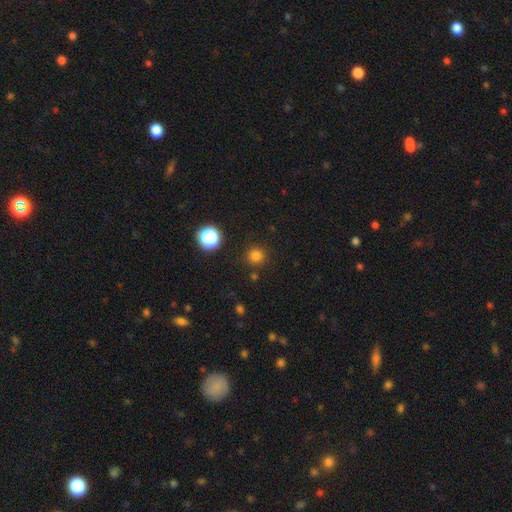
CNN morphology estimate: Smooth or featured? smooth (79%)
How rounded? round (94%)
Merging? none (87%)